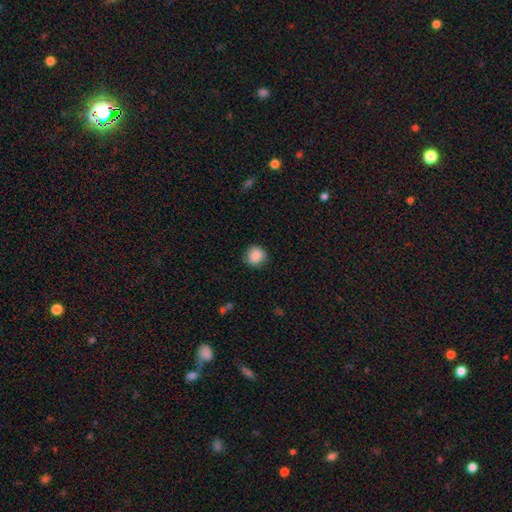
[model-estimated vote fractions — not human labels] Overall: smooth (88%). How rounded: round (90%). Merging: none (86%).